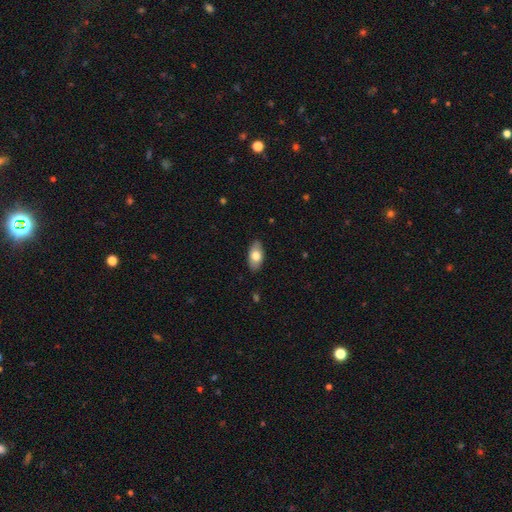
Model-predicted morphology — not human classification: Q: Smooth or featured?
A: smooth (75%); runner-up: featured or disk (19%)
Q: How rounded?
A: in between (93%); runner-up: cigar-shaped (4%)
Q: Merging?
A: none (87%); runner-up: minor disturbance (10%)